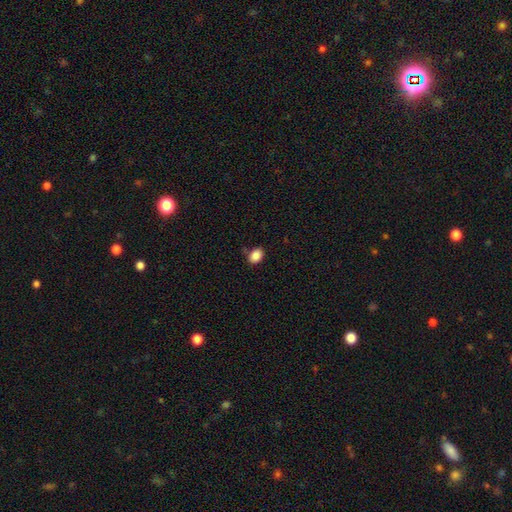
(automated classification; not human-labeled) Q: Smooth or featured?
A: smooth (87%); runner-up: star or artifact (9%)
Q: How rounded?
A: in between (72%); runner-up: round (27%)
Q: Merging?
A: none (80%); runner-up: minor disturbance (13%)